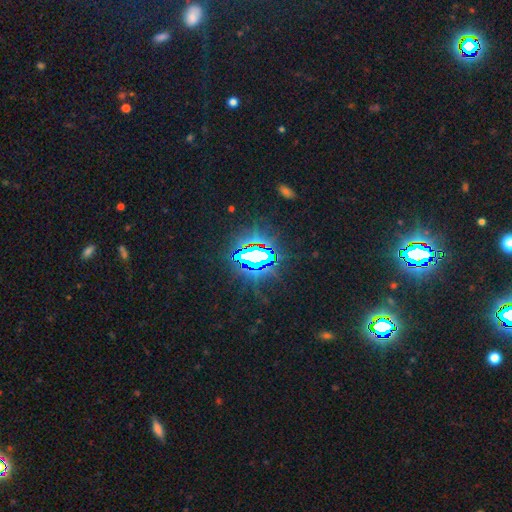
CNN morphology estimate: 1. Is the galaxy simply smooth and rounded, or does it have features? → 79% star or artifact, 11% featured or disk, 10% smooth.